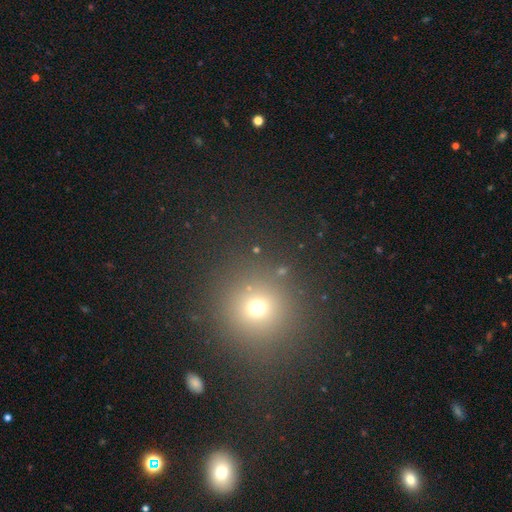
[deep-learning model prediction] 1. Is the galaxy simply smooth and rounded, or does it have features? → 60% smooth, 32% star or artifact, 8% featured or disk.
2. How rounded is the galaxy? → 93% round, 6% in between, 1% cigar-shaped.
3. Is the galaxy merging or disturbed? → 86% none, 7% minor disturbance, 4% major disturbance, 3% merger.